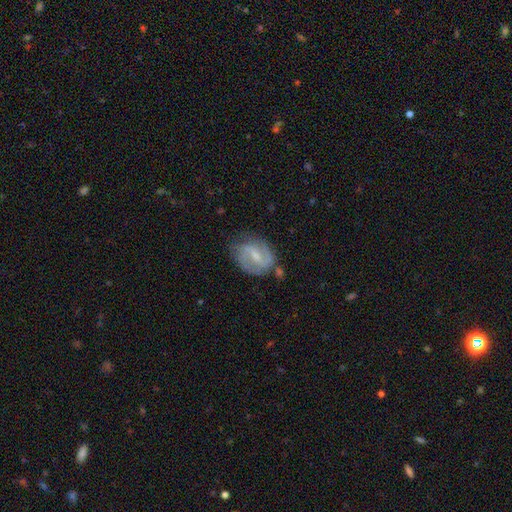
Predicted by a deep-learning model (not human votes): A featured or disk galaxy (78%) with a weak bar (56%), 2 (82%) medium (50%) spiral arms (92%) and a small central bulge (53%).

Vote fractions:
- Smooth or featured? featured or disk: 78% / smooth: 16% / star or artifact: 6%
- Edge-on disk? no: 97% / yes: 3%
- Bar? weak: 56% / strong: 27% / no: 17%
- Spiral arms? yes: 92% / no: 8%
- Spiral winding? medium: 50% / loose: 26% / tight: 24%
- Spiral arm count? 2: 82% / can't tell: 9% / 1: 4% / 3: 3% / 4: 1% / more than 4: 1%
- Bulge size? small: 53% / moderate: 35% / none: 9% / large: 2% / dominant: 1%
- Merging? none: 64% / minor disturbance: 23% / major disturbance: 8% / merger: 4%